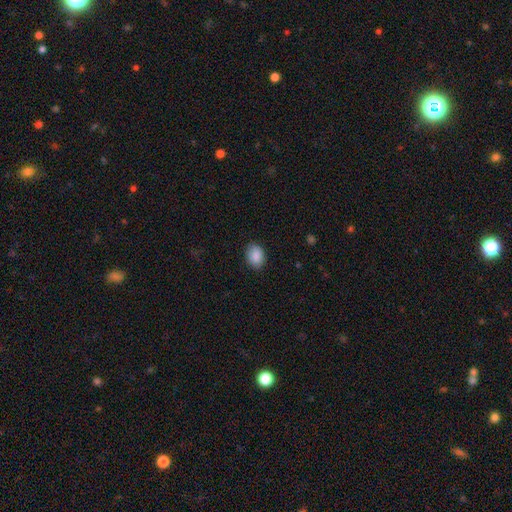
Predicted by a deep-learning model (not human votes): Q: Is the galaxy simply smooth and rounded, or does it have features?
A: smooth — 89%.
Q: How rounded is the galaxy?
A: in between — 75%.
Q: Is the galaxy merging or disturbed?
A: none — 83%.